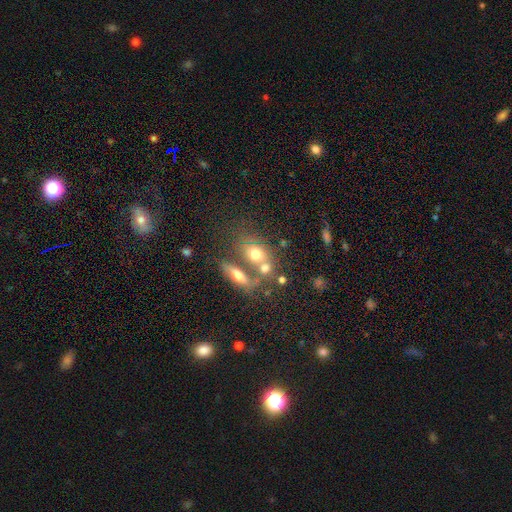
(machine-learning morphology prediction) This appears to be a smooth galaxy with no disk features (58%) that is in between round and cigar-shaped (60%). Merging: merger (43%).